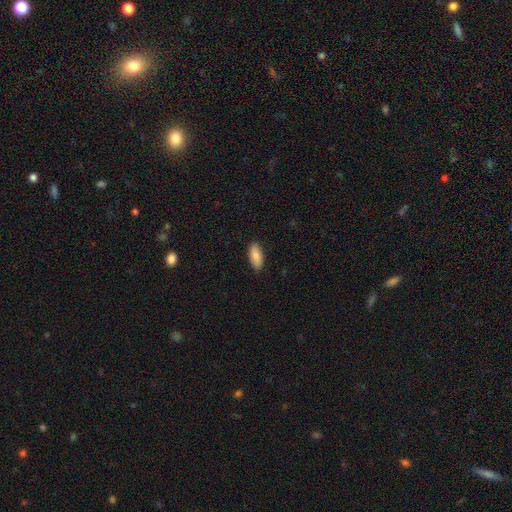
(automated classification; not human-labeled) Smooth or featured? smooth (86%)
How rounded? in between (87%)
Merging? none (86%)